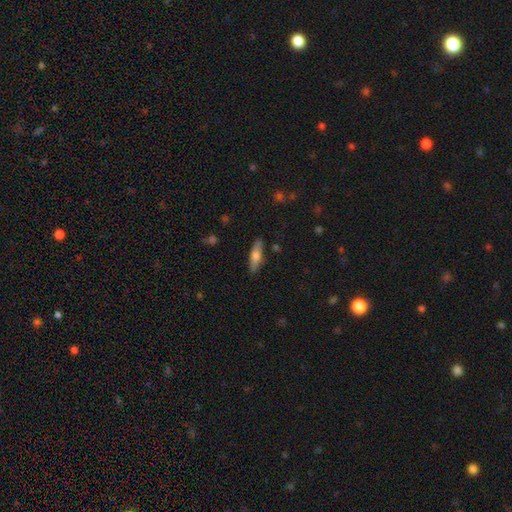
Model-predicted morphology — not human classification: smooth 62%, featured or disk 32%, star or artifact 6%. Down the decision tree: how rounded — cigar-shaped (63%); merging — none (86%).